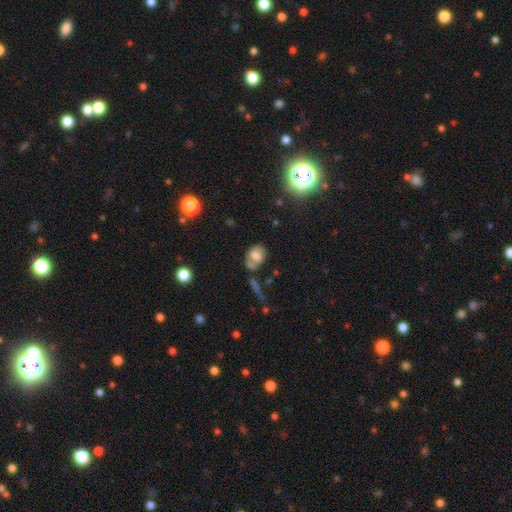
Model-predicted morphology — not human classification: Smooth or featured? smooth (68%)
How rounded? in between (65%)
Merging? none (42%)